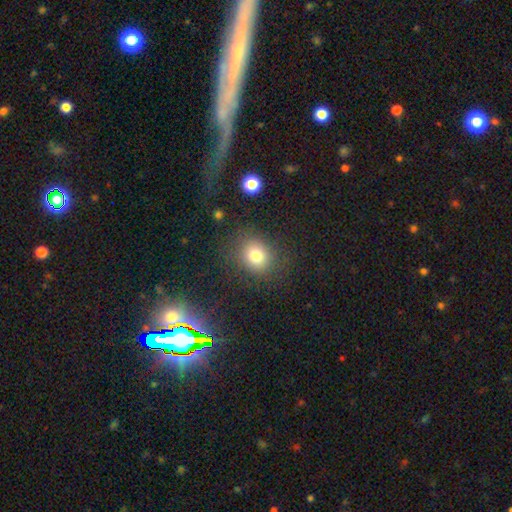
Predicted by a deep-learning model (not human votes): smooth 77%, star or artifact 14%, featured or disk 8%. Down the decision tree: how rounded — round (72%); merging — none (84%).